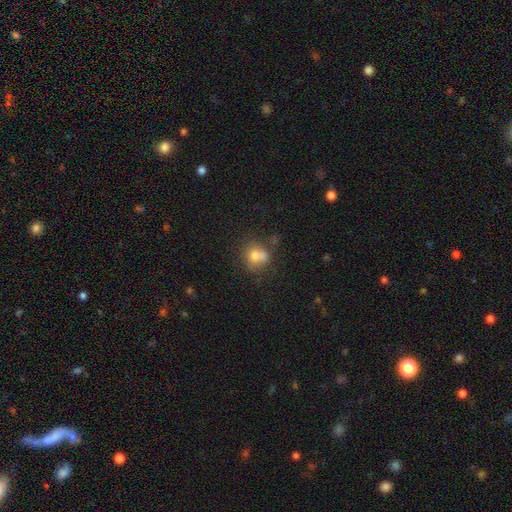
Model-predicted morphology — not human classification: A smooth galaxy with no disk features (72%) that is round (76%).

Vote fractions:
- Smooth or featured? smooth: 72% / featured or disk: 16% / star or artifact: 12%
- How rounded? round: 76% / in between: 23% / cigar-shaped: 1%
- Merging? none: 44% / merger: 33% / minor disturbance: 16% / major disturbance: 7%